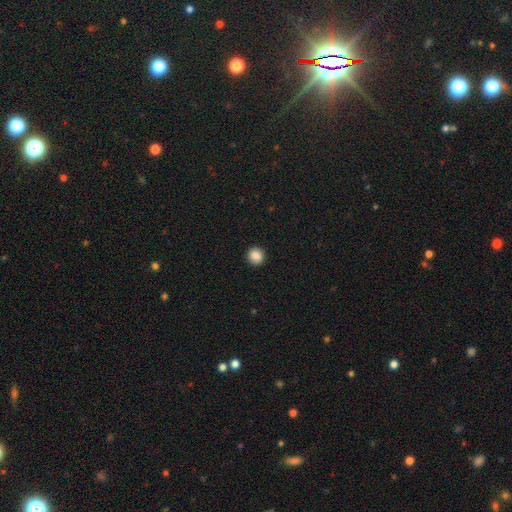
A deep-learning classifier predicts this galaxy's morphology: A smooth galaxy with no disk features (88%) that is round (90%).

Vote fractions:
- Smooth or featured? smooth: 88% / star or artifact: 9% / featured or disk: 3%
- How rounded? round: 90% / in between: 9% / cigar-shaped: 1%
- Merging? none: 91% / minor disturbance: 6% / major disturbance: 2% / merger: 1%